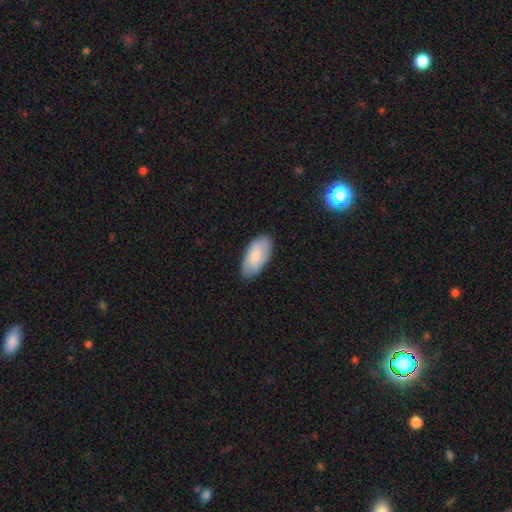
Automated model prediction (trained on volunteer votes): Smooth or featured? smooth (81%)
How rounded? in between (94%)
Merging? none (80%)